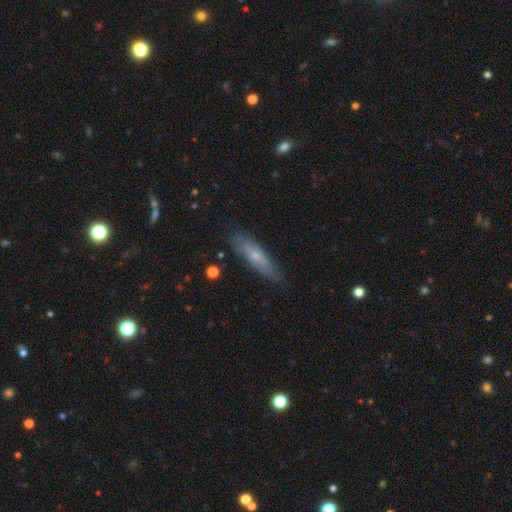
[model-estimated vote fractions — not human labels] smooth-or-featured: smooth: 61% | featured or disk: 33% | star or artifact: 7%
  how-rounded: cigar-shaped: 67% | in between: 31% | round: 2%
  merging: none: 79% | minor disturbance: 16% | major disturbance: 3% | merger: 1%